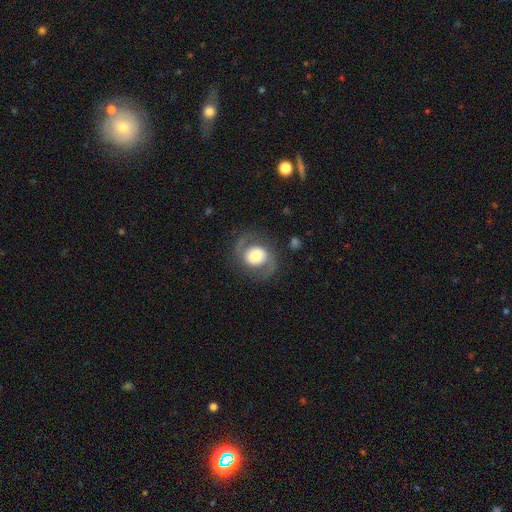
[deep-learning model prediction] Smooth or featured? Predicted: featured or disk (p=0.63). Edge-on disk? Predicted: no (p=0.97). Bar? Predicted: no (p=0.67). Spiral arms? Predicted: yes (p=0.82). Spiral winding? Predicted: medium (p=0.50). Spiral arm count? Predicted: 2 (p=0.91). Bulge size? Predicted: large (p=0.45). Merging? Predicted: none (p=0.76).